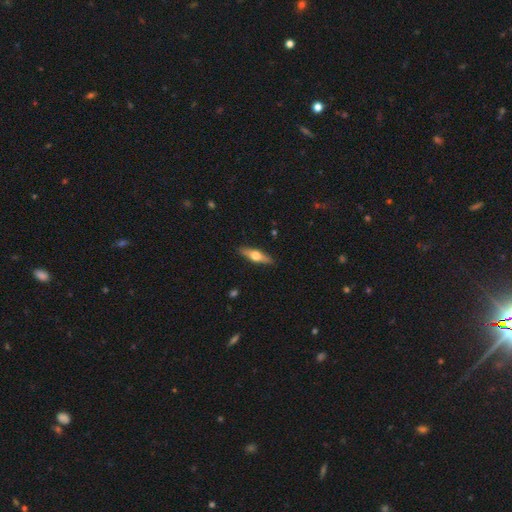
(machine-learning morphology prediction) This is possibly a featured or disk galaxy (57%). It is clearly viewed edge-on (94%). Edge-on bulge: clearly rounded (95%). Merging: clearly none (90%).